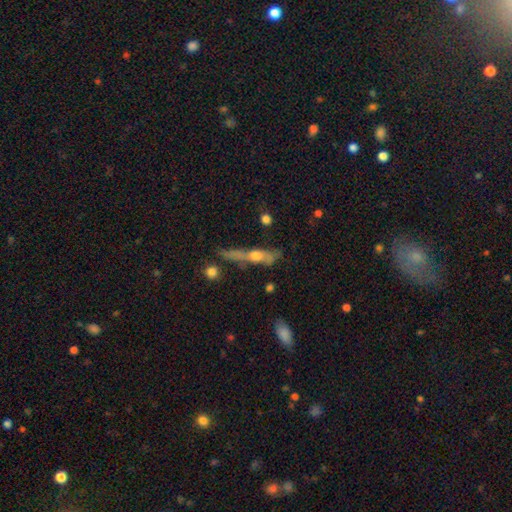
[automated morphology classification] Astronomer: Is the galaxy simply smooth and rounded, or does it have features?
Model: featured or disk — 64%.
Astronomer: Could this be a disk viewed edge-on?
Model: yes — 90%.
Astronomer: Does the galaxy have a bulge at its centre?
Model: rounded — 89%.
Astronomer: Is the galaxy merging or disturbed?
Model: none — 68%.